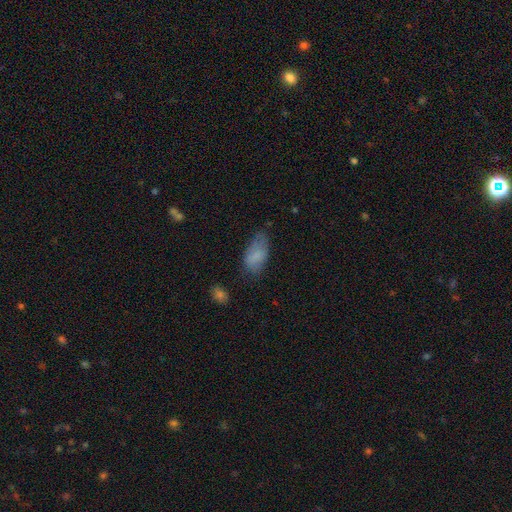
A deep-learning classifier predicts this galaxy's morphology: This appears to be a smooth galaxy with no disk features (78%) that is in between round and cigar-shaped (91%). Merging: none (54%).